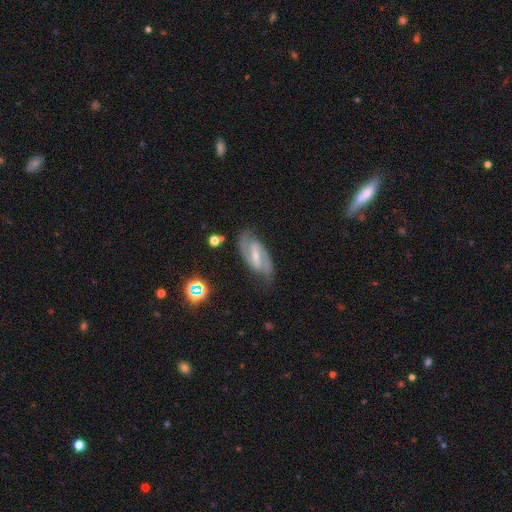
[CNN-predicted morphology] Smooth or featured?
  - featured or disk: 87% *
  - smooth: 7%
  - star or artifact: 6%
Edge-on disk?
  - no: 96% *
  - yes: 4%
Bar?
  - strong: 54% *
  - weak: 37%
  - no: 9%
Spiral arms?
  - yes: 96% *
  - no: 4%
Spiral winding?
  - medium: 56% *
  - tight: 26%
  - loose: 19%
Spiral arm count?
  - 2: 92% *
  - can't tell: 4%
  - 1: 1%
  - 3: 1%
  - 4: 1%
  - more than 4: 1%
Bulge size?
  - small: 58% *
  - moderate: 32%
  - none: 7%
  - large: 2%
  - dominant: 1%
Merging?
  - none: 78% *
  - minor disturbance: 15%
  - major disturbance: 5%
  - merger: 2%